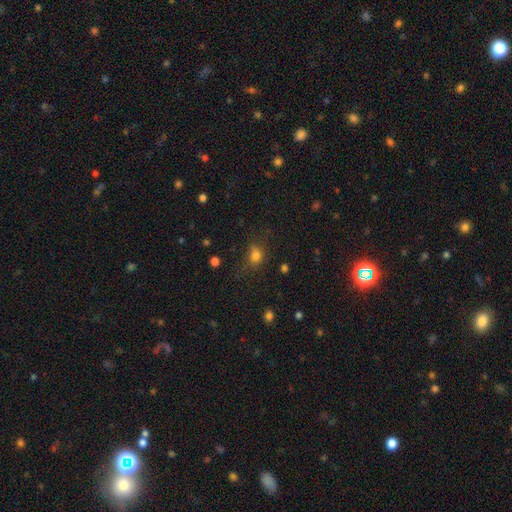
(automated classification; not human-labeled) Q: Smooth or featured?
A: smooth (77%); runner-up: star or artifact (16%)
Q: How rounded?
A: round (62%); runner-up: in between (36%)
Q: Merging?
A: none (61%); runner-up: minor disturbance (24%)